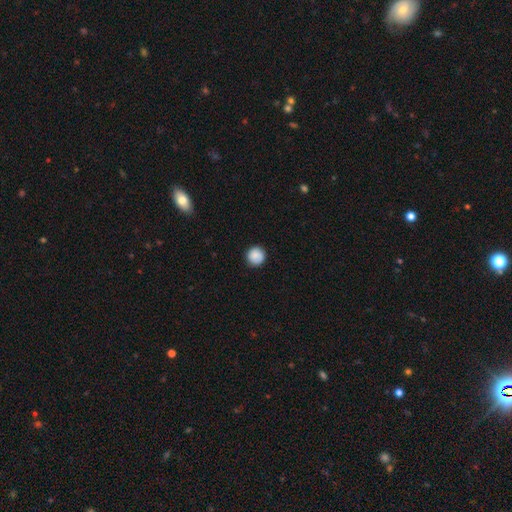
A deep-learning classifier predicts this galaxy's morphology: Smooth or featured?
  - smooth: 86% *
  - star or artifact: 8%
  - featured or disk: 6%
How rounded?
  - round: 95% *
  - in between: 4%
  - cigar-shaped: 1%
Merging?
  - none: 89% *
  - minor disturbance: 8%
  - major disturbance: 2%
  - merger: 1%